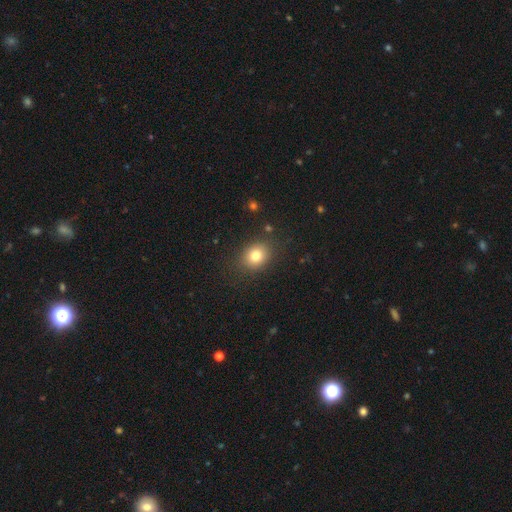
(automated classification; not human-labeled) A smooth galaxy with no disk features (79%) that is round (58%). Merging: none (84%).